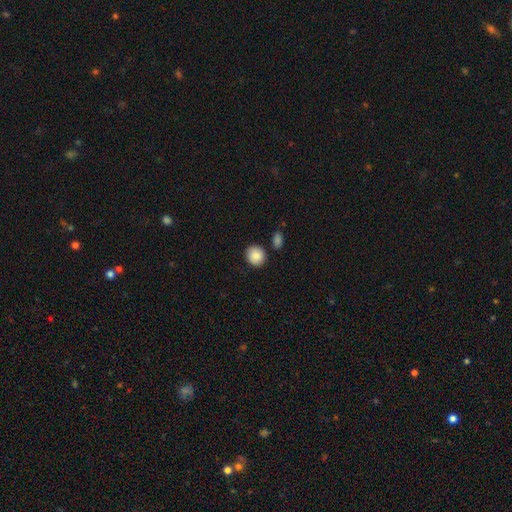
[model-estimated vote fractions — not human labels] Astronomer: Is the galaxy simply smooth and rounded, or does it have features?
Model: smooth — 88%.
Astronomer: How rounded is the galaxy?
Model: round — 83%.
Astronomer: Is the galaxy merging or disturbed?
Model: none — 84%.